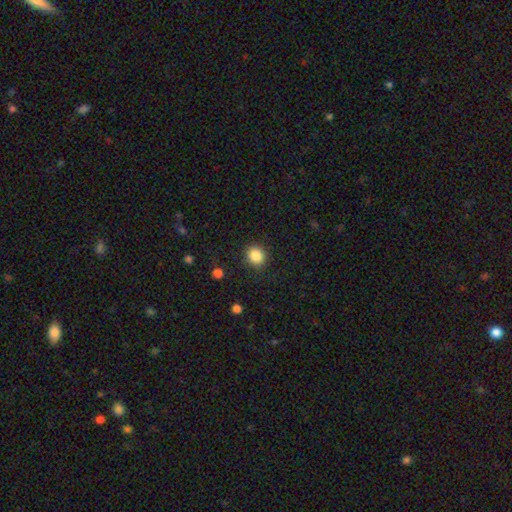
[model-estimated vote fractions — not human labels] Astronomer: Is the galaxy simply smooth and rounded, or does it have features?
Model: smooth — 86%.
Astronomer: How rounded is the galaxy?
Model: round — 78%.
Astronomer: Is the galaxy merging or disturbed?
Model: none — 89%.